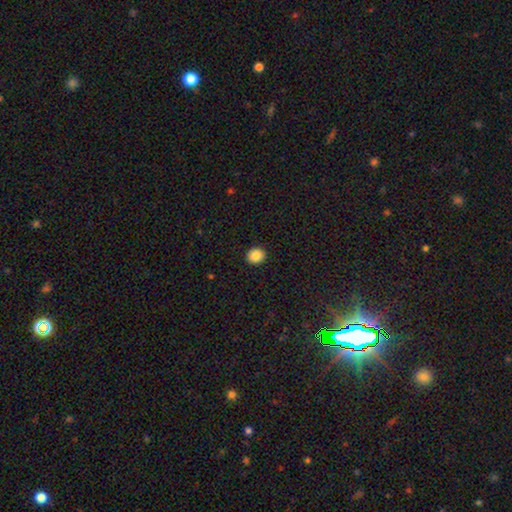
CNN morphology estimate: smooth 87%, star or artifact 9%, featured or disk 3%. Down the decision tree: how rounded — round (86%); merging — none (93%).